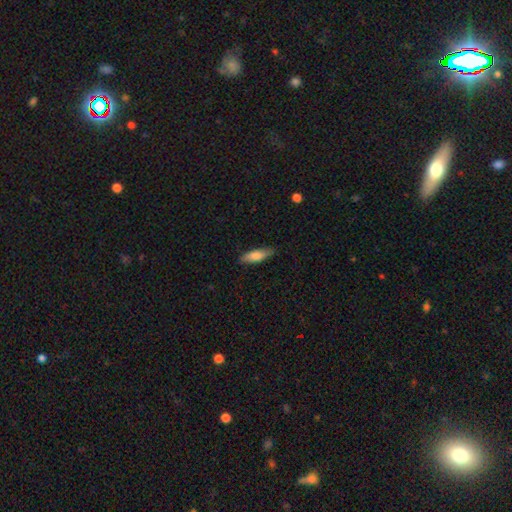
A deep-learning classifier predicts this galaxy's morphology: smooth_or_featured: smooth (p=0.78) [alt: featured or disk p=0.16]
how_rounded: cigar-shaped (p=0.50) [alt: in between p=0.48]
merging: none (p=0.83) [alt: minor disturbance p=0.14]